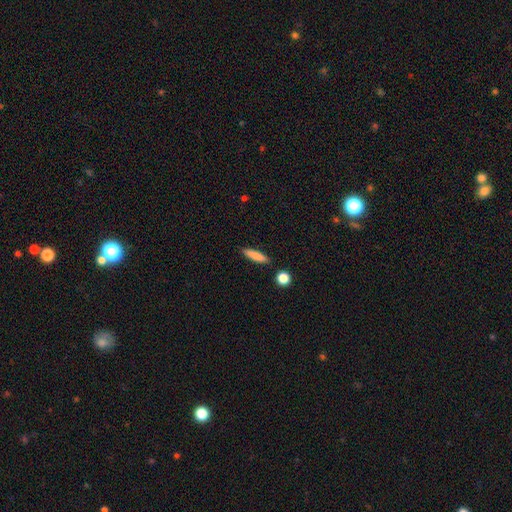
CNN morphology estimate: Smooth or featured? smooth (83%)
How rounded? cigar-shaped (81%)
Merging? none (88%)